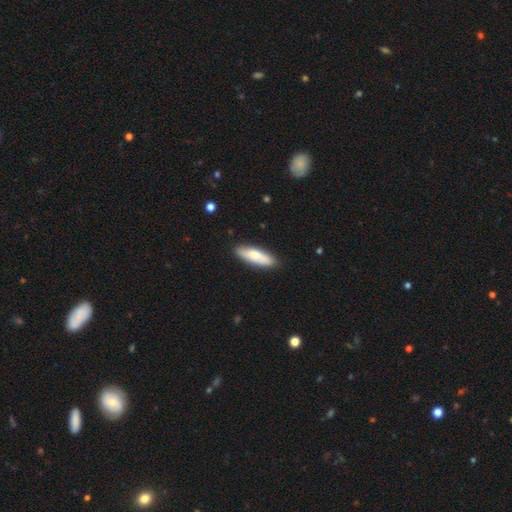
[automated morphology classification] smooth-or-featured: smooth: 73% | featured or disk: 22% | star or artifact: 5%
  how-rounded: in between: 53% | cigar-shaped: 46% | round: 2%
  merging: none: 85% | minor disturbance: 12% | major disturbance: 2% | merger: 2%